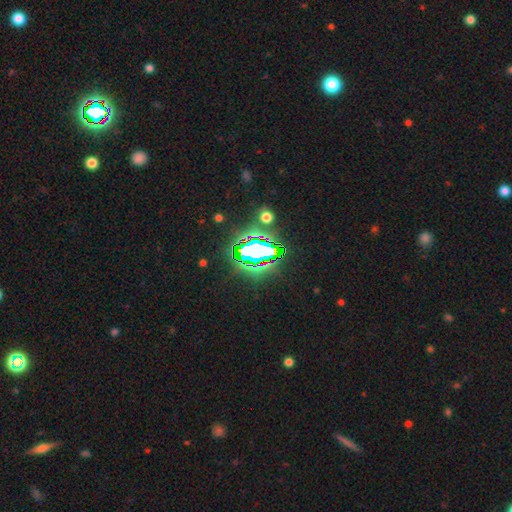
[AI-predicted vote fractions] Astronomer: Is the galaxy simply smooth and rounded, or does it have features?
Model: star or artifact — 70%.